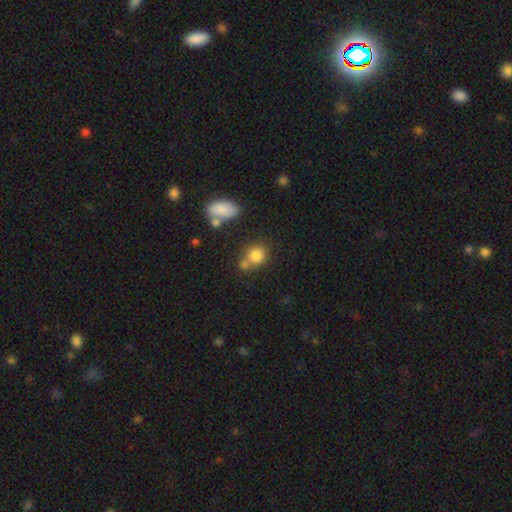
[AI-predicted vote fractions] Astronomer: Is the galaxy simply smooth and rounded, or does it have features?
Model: smooth — 82%.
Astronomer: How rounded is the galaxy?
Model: round — 74%.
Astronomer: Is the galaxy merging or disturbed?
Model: none — 55%.